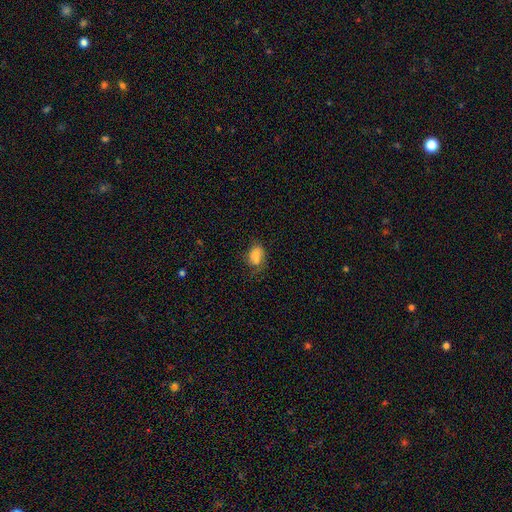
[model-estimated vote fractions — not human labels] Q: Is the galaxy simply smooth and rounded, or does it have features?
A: smooth — 70%.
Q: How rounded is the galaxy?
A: in between — 68%.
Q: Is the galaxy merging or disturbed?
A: none — 50%.